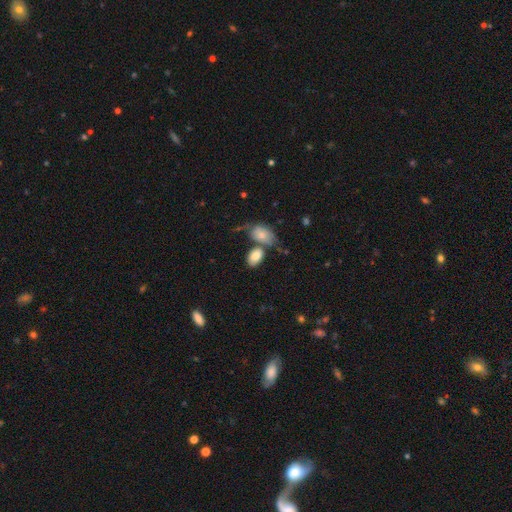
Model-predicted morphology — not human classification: This is clearly a smooth galaxy (82%). How rounded: clearly in between (86%). Merging: possibly none (48%).